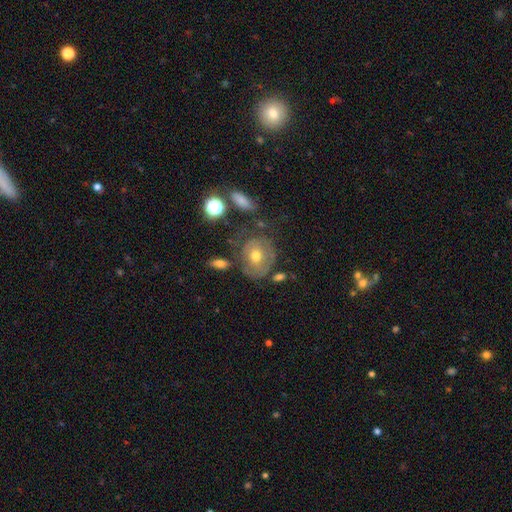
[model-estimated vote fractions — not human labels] Smooth or featured?
  - featured or disk: 52% *
  - smooth: 35%
  - star or artifact: 13%
Edge-on disk?
  - no: 94% *
  - yes: 6%
Merging?
  - none: 62% *
  - minor disturbance: 19%
  - major disturbance: 12%
  - merger: 7%